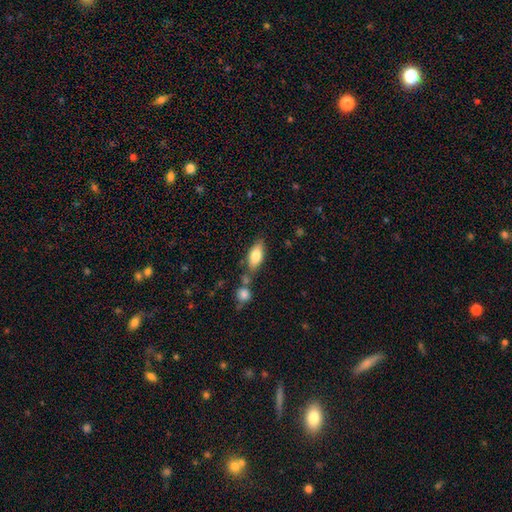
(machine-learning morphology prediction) smooth_or_featured: smooth (p=0.76) [alt: featured or disk p=0.17]
how_rounded: in between (p=0.81) [alt: cigar-shaped p=0.15]
merging: none (p=0.63) [alt: merger p=0.17]